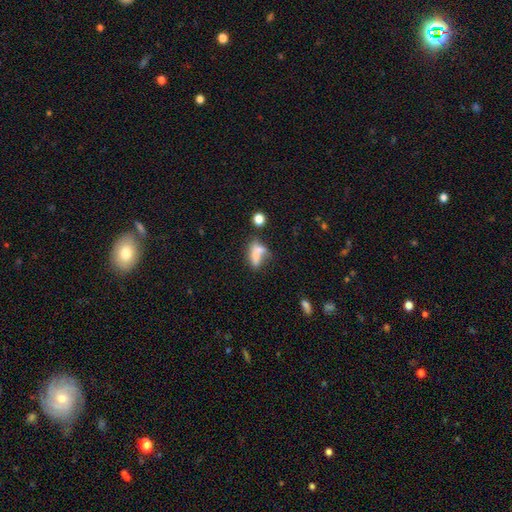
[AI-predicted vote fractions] Q: Smooth or featured?
A: smooth (63%); runner-up: featured or disk (25%)
Q: How rounded?
A: in between (61%); runner-up: cigar-shaped (30%)
Q: Merging?
A: none (33%); runner-up: merger (30%)